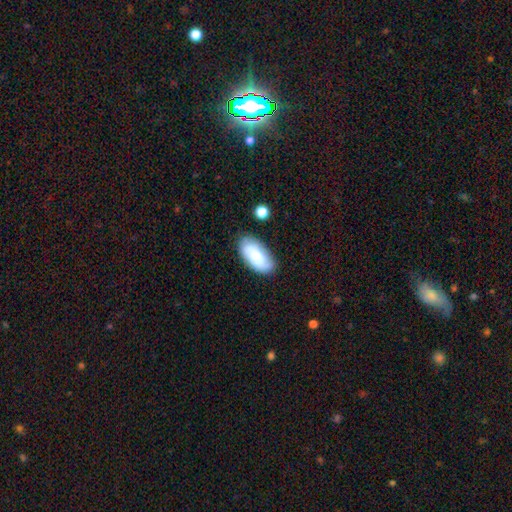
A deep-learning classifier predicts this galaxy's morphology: Q: Smooth or featured?
A: smooth (74%); runner-up: featured or disk (19%)
Q: How rounded?
A: in between (93%); runner-up: cigar-shaped (4%)
Q: Merging?
A: none (74%); runner-up: minor disturbance (19%)